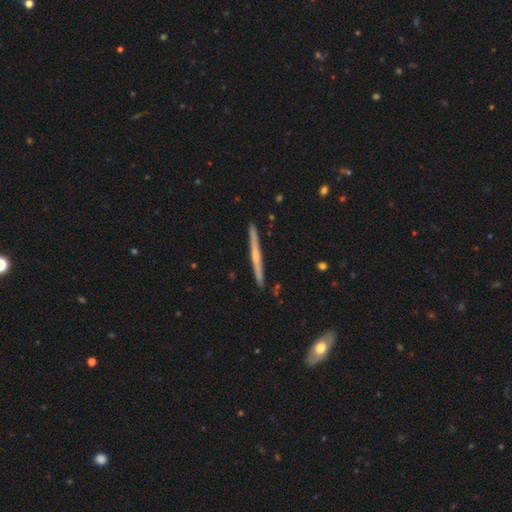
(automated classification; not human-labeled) smooth_or_featured: featured or disk (p=0.71) [alt: smooth p=0.24]
disk_edge_on: yes (p=0.98) [alt: no p=0.02]
edge_on_bulge: rounded (p=0.63) [alt: none p=0.32]
merging: none (p=0.91) [alt: minor disturbance p=0.07]